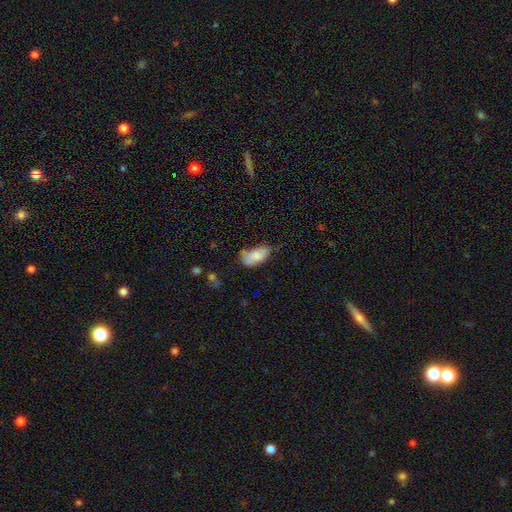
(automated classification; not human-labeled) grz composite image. It shows a smooth galaxy with no disk features (78%) that is in between round and cigar-shaped (92%). Merging: minor disturbance (40%).